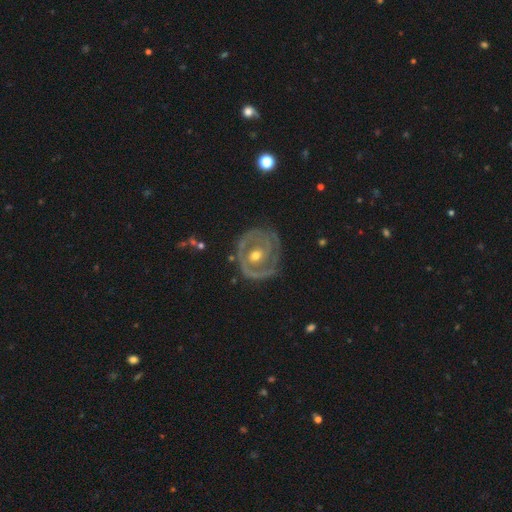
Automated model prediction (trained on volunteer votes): This is clearly a featured or disk galaxy (85%). It is clearly not viewed edge-on (97%). Bar: likely no (65%). Spiral arm pattern: clearly yes (84%). Spiral arm count: marginally 2 (41%). Spiral winding: likely tight (68%). Central bulge: likely moderate (67%). Merging: likely none (70%).